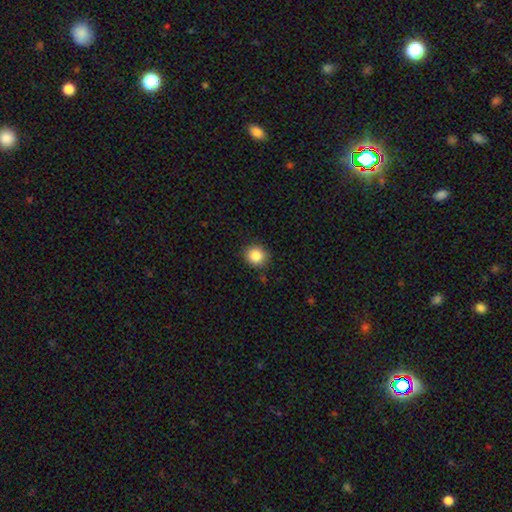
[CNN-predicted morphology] Smooth or featured?
  - smooth: 85% *
  - star or artifact: 10%
  - featured or disk: 5%
How rounded?
  - round: 86% *
  - in between: 13%
  - cigar-shaped: 1%
Merging?
  - none: 89% *
  - minor disturbance: 8%
  - major disturbance: 2%
  - merger: 1%